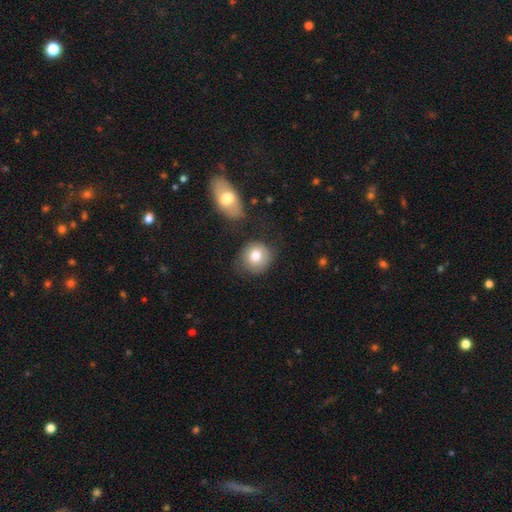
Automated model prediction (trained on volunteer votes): Q: Smooth or featured?
A: smooth (77%); runner-up: featured or disk (15%)
Q: How rounded?
A: round (86%); runner-up: in between (13%)
Q: Merging?
A: none (73%); runner-up: minor disturbance (15%)